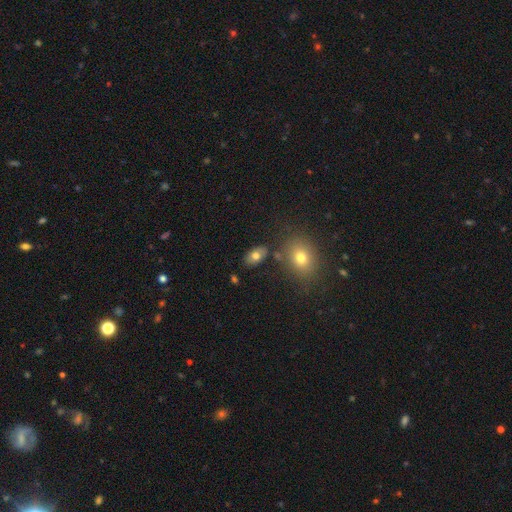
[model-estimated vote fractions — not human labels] smooth-or-featured: smooth: 75% | featured or disk: 15% | star or artifact: 10%
  how-rounded: in between: 89% | round: 9% | cigar-shaped: 2%
  merging: none: 79% | minor disturbance: 11% | merger: 6% | major disturbance: 3%